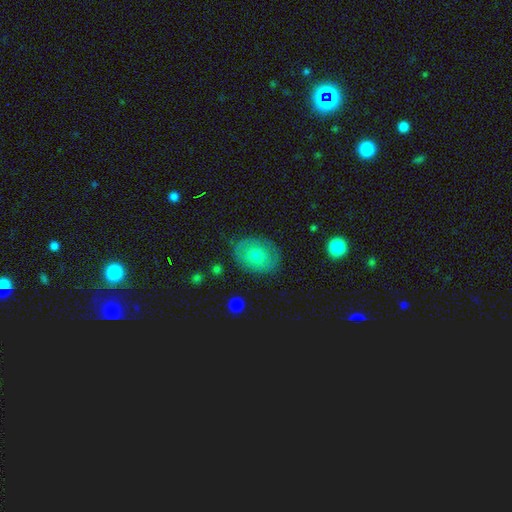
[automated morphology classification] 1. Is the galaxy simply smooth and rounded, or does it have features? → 58% smooth, 34% featured or disk, 8% star or artifact.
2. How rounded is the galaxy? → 58% in between, 41% round, 1% cigar-shaped.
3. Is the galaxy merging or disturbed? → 80% none, 14% minor disturbance, 4% major disturbance, 1% merger.